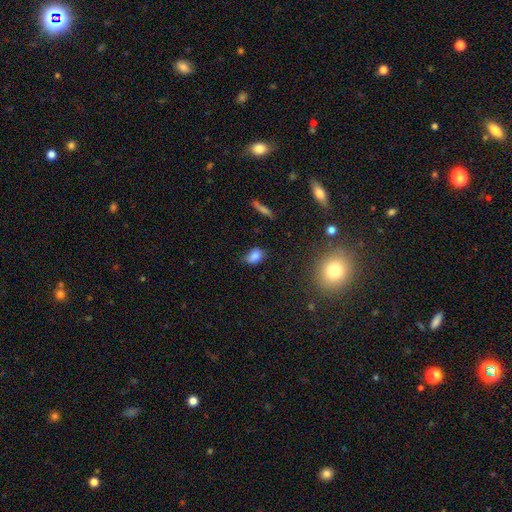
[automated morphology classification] A smooth galaxy with no disk features (80%) that is in between round and cigar-shaped (81%). Merging: none (59%).